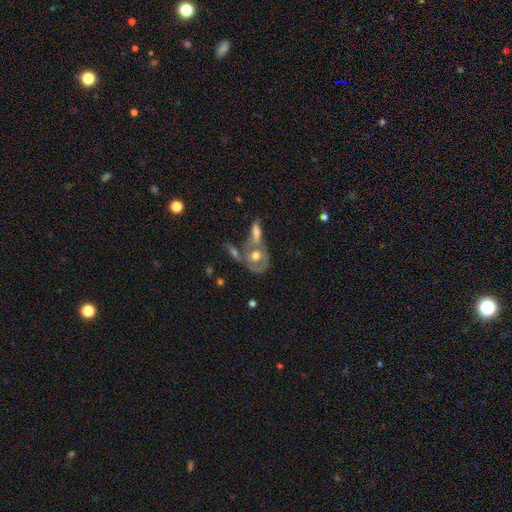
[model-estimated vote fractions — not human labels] This appears to be a featured or disk galaxy (54%). Merging: merger (46%).